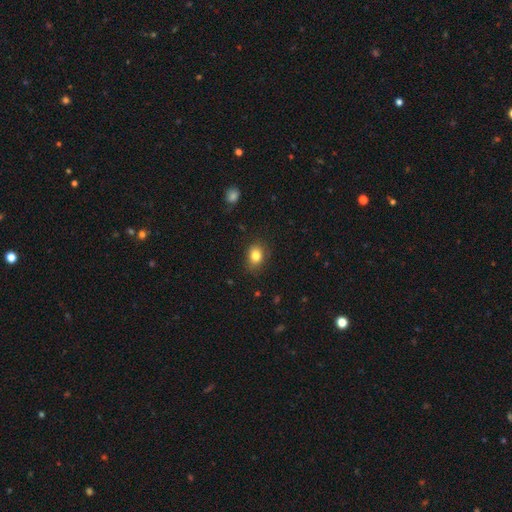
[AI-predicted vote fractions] Smooth or featured? Predicted: smooth (p=0.83). How rounded? Predicted: in between (p=0.62). Merging? Predicted: none (p=0.80).